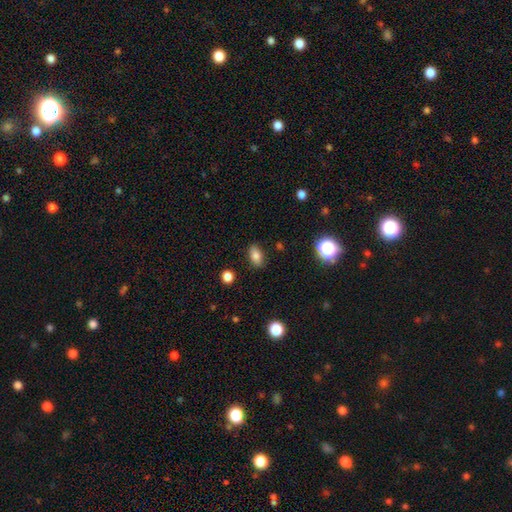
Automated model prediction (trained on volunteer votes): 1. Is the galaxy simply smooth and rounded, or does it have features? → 80% smooth, 11% star or artifact, 10% featured or disk.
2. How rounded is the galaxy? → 84% in between, 11% round, 4% cigar-shaped.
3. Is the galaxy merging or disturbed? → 86% none, 10% minor disturbance, 2% major disturbance, 2% merger.